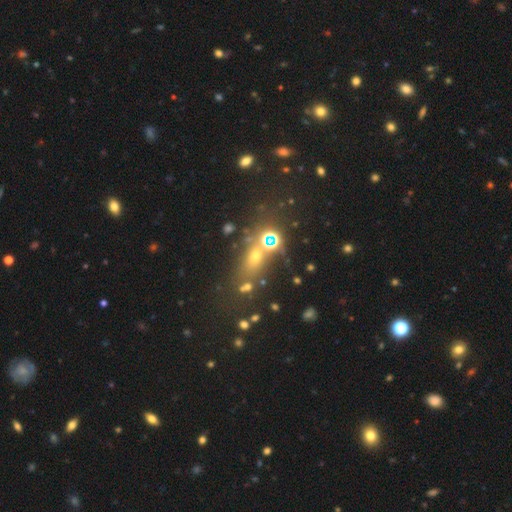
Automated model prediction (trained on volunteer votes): Smooth or featured? smooth (45%)
Merging? none (55%)